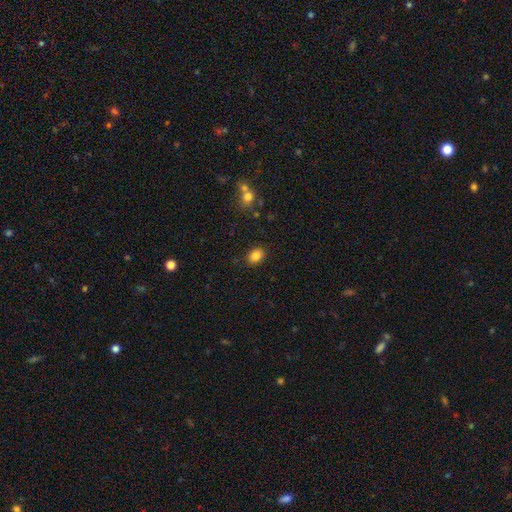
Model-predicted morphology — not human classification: A smooth galaxy with no disk features (85%) that is in between round and cigar-shaped (67%). Merging: none (86%).